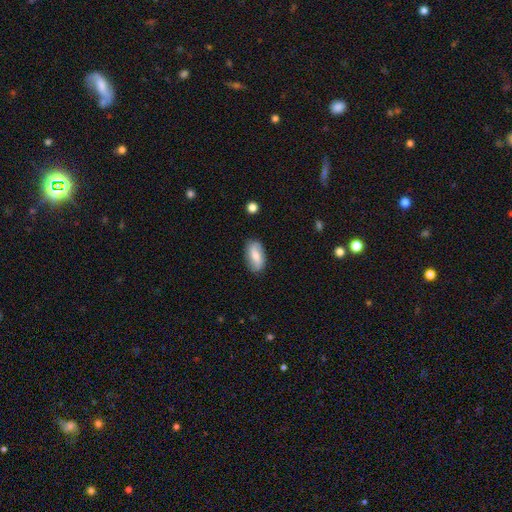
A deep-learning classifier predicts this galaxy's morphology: Smooth or featured? Predicted: smooth (p=0.53). How rounded? Predicted: in between (p=0.90). Merging? Predicted: none (p=0.84).